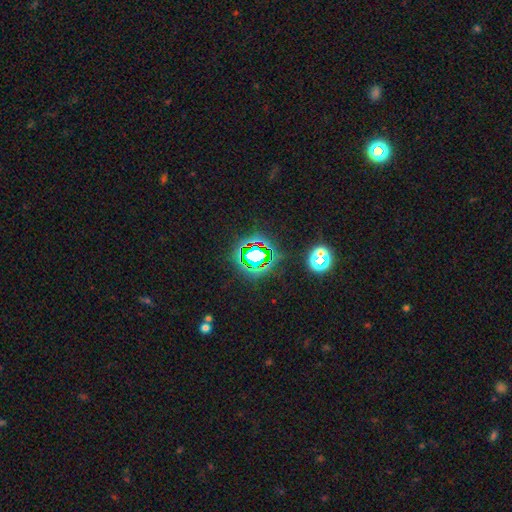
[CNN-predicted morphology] Q: Smooth or featured?
A: star or artifact (70%); runner-up: smooth (18%)